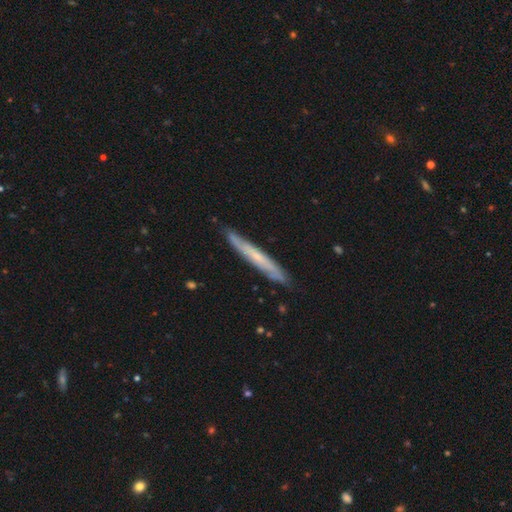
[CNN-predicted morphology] This is possibly a featured or disk galaxy (56%). It is clearly viewed edge-on (80%). Merging: clearly none (84%).